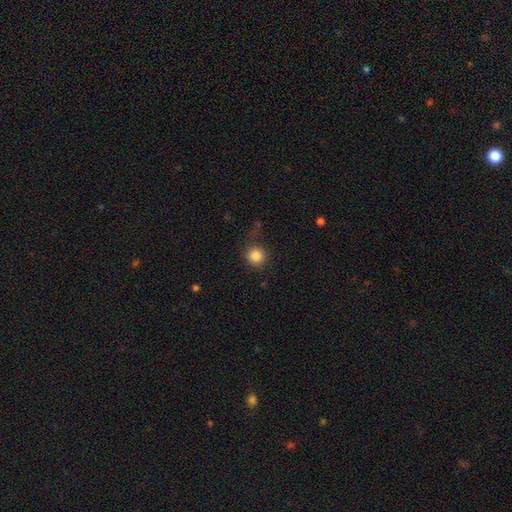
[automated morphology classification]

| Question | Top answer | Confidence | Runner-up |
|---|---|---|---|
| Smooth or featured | smooth | 86% | star or artifact (10%) |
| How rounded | round | 93% | in between (6%) |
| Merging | none | 77% | minor disturbance (14%) |